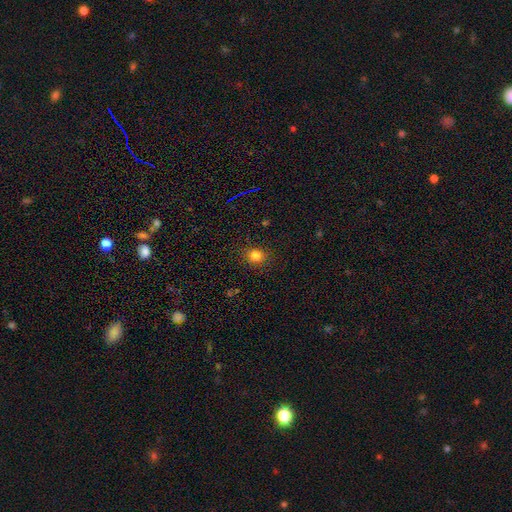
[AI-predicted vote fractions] smooth 80%, star or artifact 14%, featured or disk 6%. Down the decision tree: how rounded — round (72%); merging — none (88%).